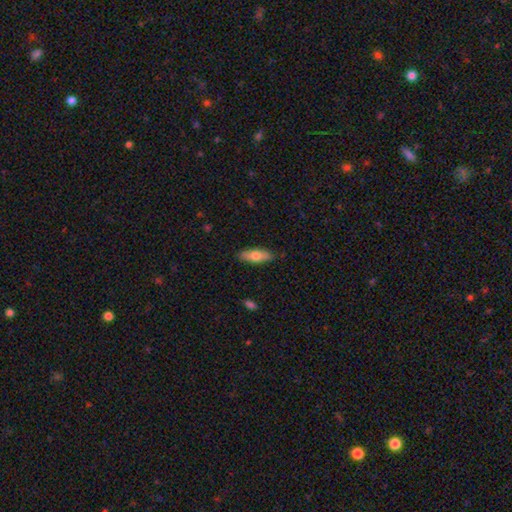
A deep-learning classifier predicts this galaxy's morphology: smooth-or-featured: smooth: 70% | featured or disk: 24% | star or artifact: 6%
  how-rounded: in between: 59% | cigar-shaped: 39% | round: 2%
  merging: none: 86% | minor disturbance: 11% | major disturbance: 2% | merger: 1%